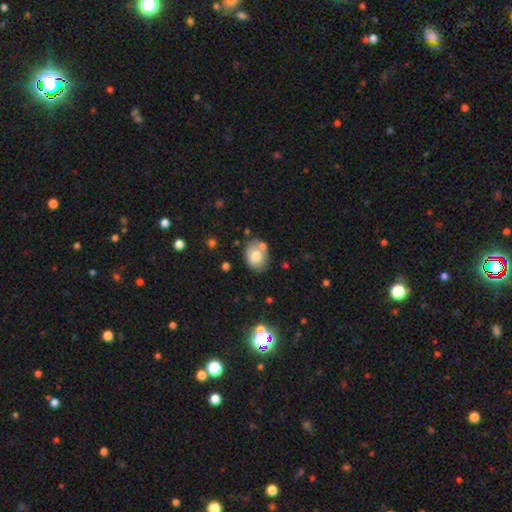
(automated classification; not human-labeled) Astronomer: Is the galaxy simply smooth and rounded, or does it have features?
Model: smooth — 75%.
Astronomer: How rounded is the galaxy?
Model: in between — 63%.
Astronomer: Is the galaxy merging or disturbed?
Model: none — 65%.